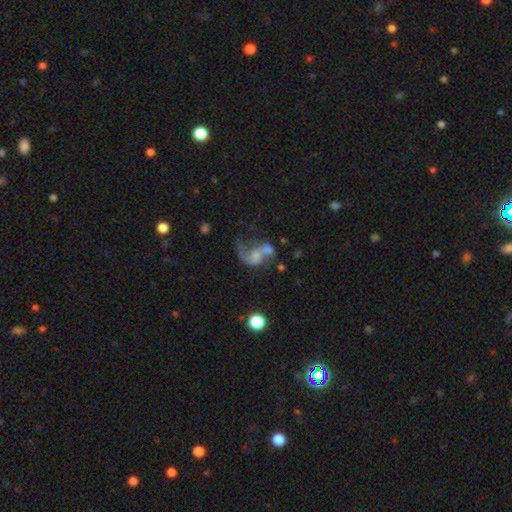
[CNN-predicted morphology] Smooth or featured: featured or disk — 66% (smooth — 22%)
Edge-on disk: no — 98% (yes — 2%)
Bar: no — 65% (weak — 27%)
Spiral arms: yes — 76% (no — 24%)
Bulge size: none — 39% (small — 29%)
Merging: merger — 39% (major disturbance — 28%)